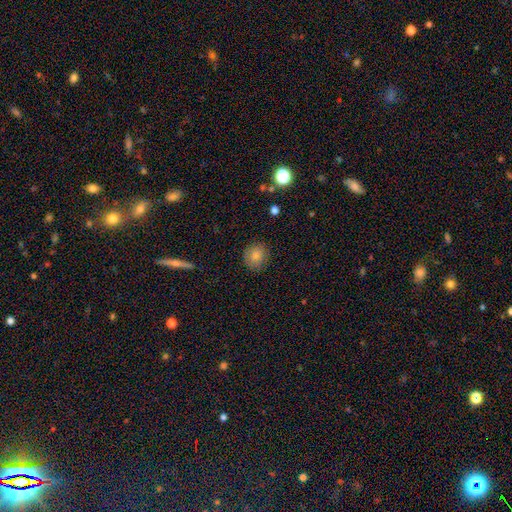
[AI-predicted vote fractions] Smooth or featured? smooth (82%)
How rounded? round (84%)
Merging? none (85%)